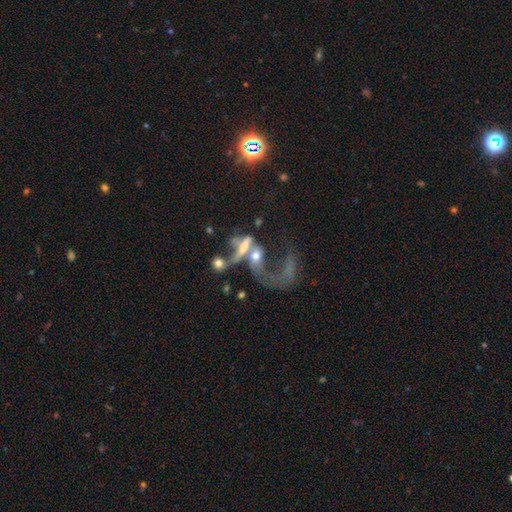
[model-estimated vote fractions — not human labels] smooth_or_featured: featured or disk (p=0.57) [alt: smooth p=0.32]
disk_edge_on: no (p=0.81) [alt: yes p=0.19]
merging: merger (p=0.56) [alt: major disturbance p=0.28]